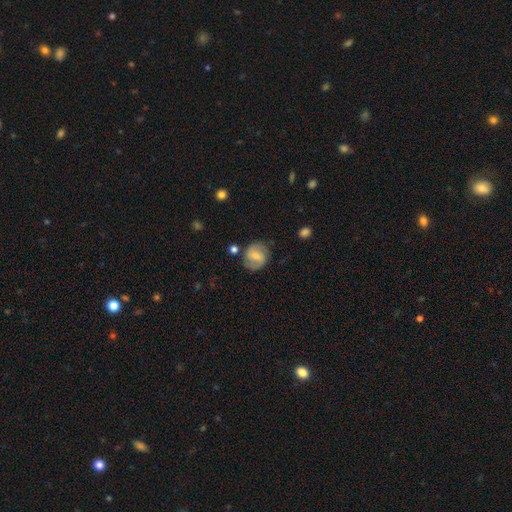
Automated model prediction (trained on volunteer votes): The model was most divided on "smooth or featured": featured or disk: 50%, smooth: 42%, star or artifact: 8%. More confident: edge-on disk — no (97%); merging — none (75%).